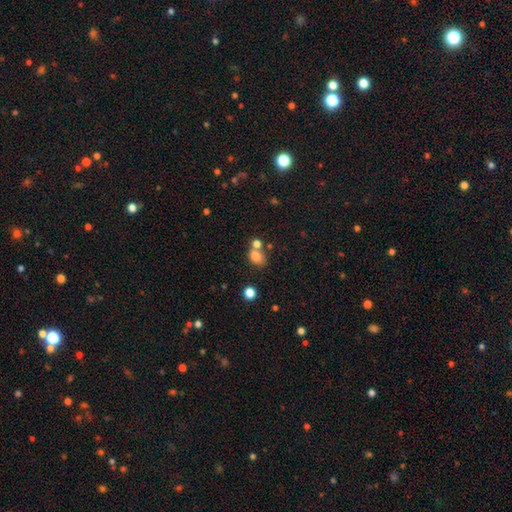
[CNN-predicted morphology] smooth 77%, star or artifact 13%, featured or disk 10%. Down the decision tree: how rounded — in between (59%); merging — none (45%).